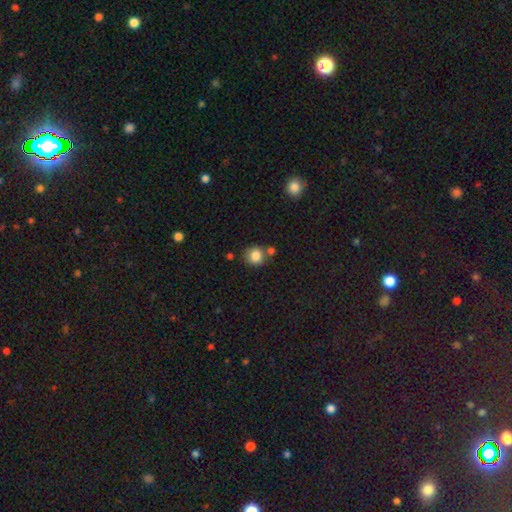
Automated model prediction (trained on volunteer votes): Q: Smooth or featured?
A: smooth (84%); runner-up: star or artifact (10%)
Q: How rounded?
A: round (85%); runner-up: in between (14%)
Q: Merging?
A: none (69%); runner-up: merger (15%)